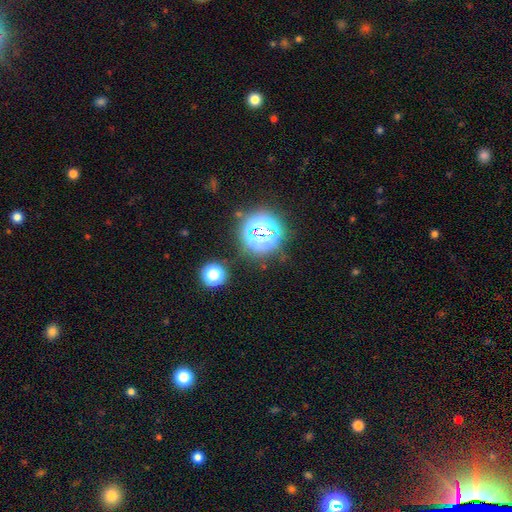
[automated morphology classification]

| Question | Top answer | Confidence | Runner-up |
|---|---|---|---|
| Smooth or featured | star or artifact | 78% | smooth (15%) |